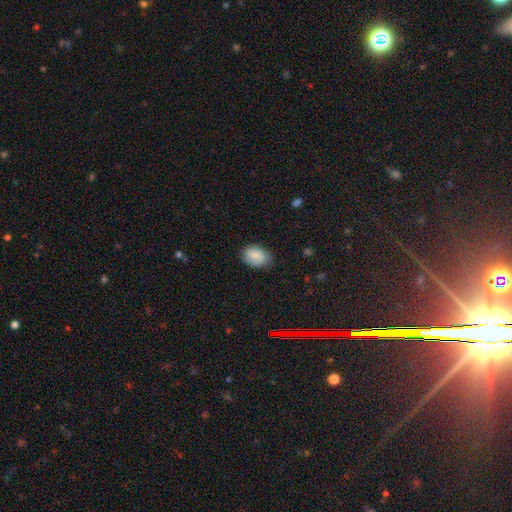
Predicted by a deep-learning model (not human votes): Smooth or featured? smooth (74%)
How rounded? in between (67%)
Merging? none (72%)